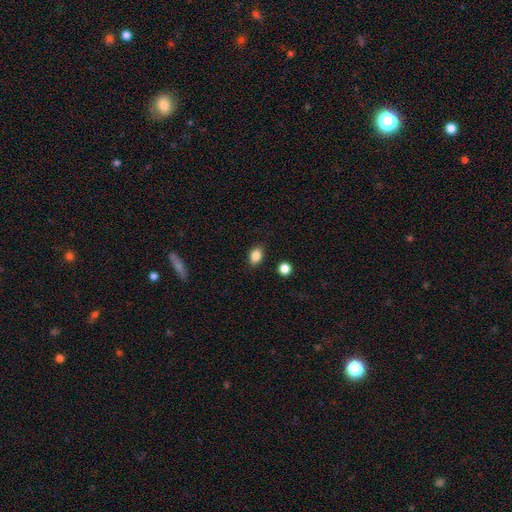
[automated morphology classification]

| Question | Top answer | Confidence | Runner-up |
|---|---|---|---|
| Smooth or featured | smooth | 86% | star or artifact (9%) |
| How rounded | in between | 78% | round (20%) |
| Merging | none | 86% | minor disturbance (9%) |